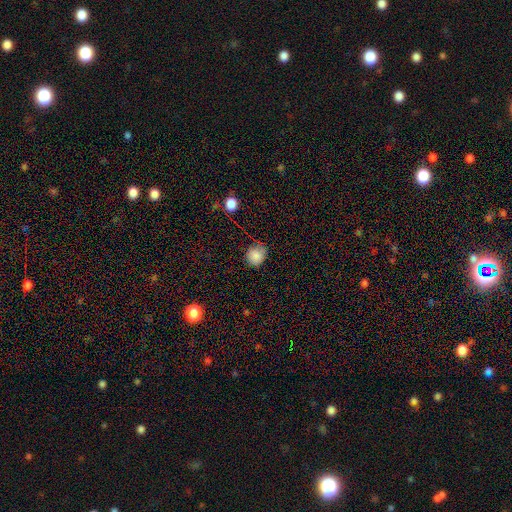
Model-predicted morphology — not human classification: Smooth or featured? Predicted: smooth (p=0.84). How rounded? Predicted: round (p=0.78). Merging? Predicted: none (p=0.66).